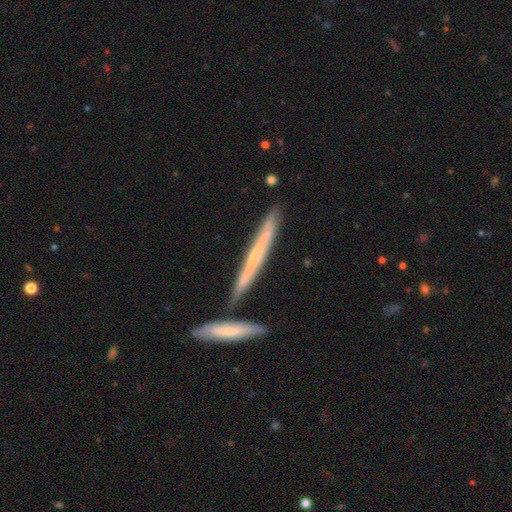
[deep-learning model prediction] Smooth or featured?
  - featured or disk: 57% *
  - smooth: 37%
  - star or artifact: 6%
Edge-on disk?
  - yes: 92% *
  - no: 8%
Edge-on bulge?
  - none: 64% *
  - rounded: 32%
  - boxy: 4%
Merging?
  - none: 76% *
  - merger: 12%
  - minor disturbance: 9%
  - major disturbance: 2%